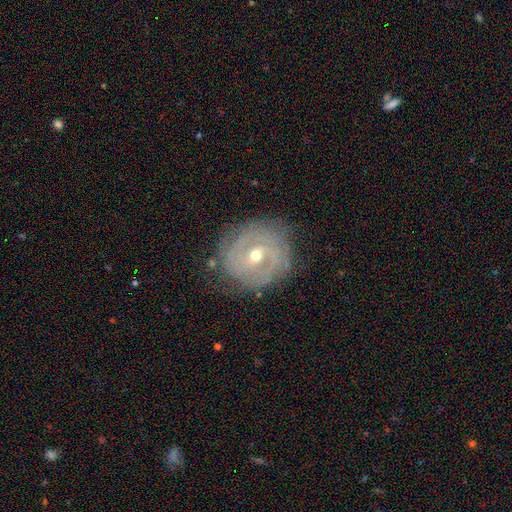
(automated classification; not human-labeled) The model was most divided on "bar": no: 42%, weak: 41%, strong: 17%. Remaining: edge-on disk — no (96%); spiral arms — yes (88%); merging — none (80%); smooth or featured — featured or disk (79%); spiral winding — tight (75%); bulge size — moderate (56%); spiral arm count — 2 (36%).